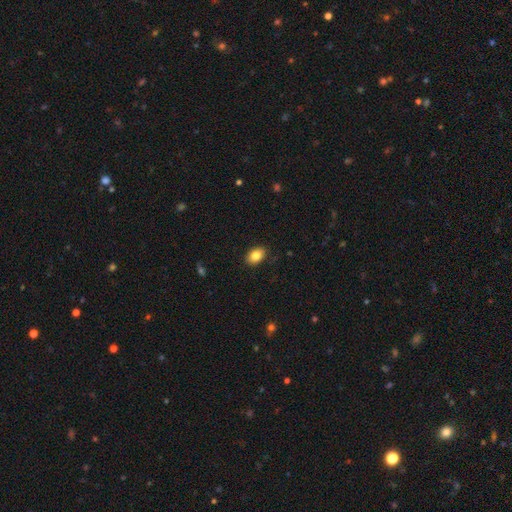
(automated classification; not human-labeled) Morphology: type=smooth (84%); roundness=in between (84%); merging=none (89%).